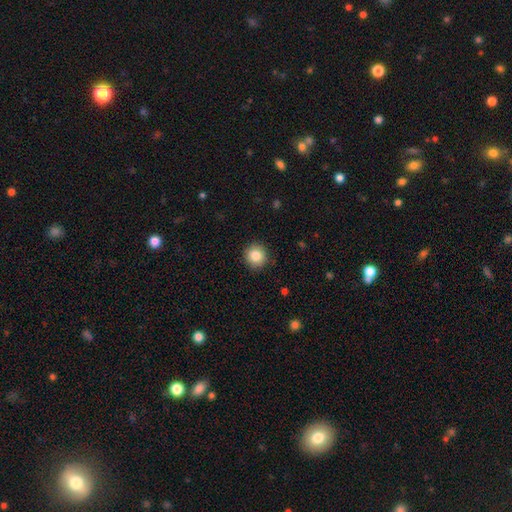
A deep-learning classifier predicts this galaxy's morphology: A smooth galaxy with no disk features (85%) that is round (92%). Merging: none (90%).